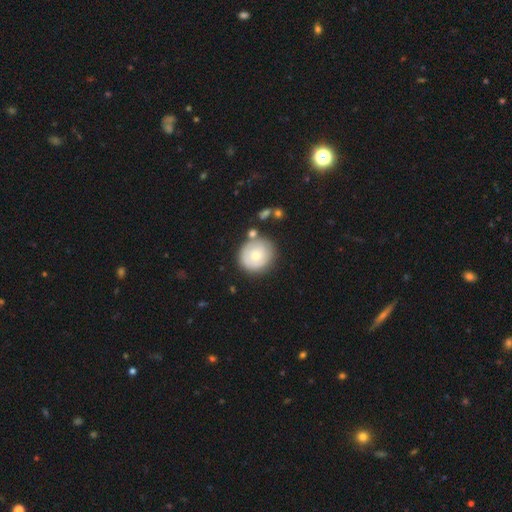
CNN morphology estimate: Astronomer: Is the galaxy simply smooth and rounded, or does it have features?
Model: smooth — 62%.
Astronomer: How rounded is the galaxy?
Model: round — 88%.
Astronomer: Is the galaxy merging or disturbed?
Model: none — 72%.